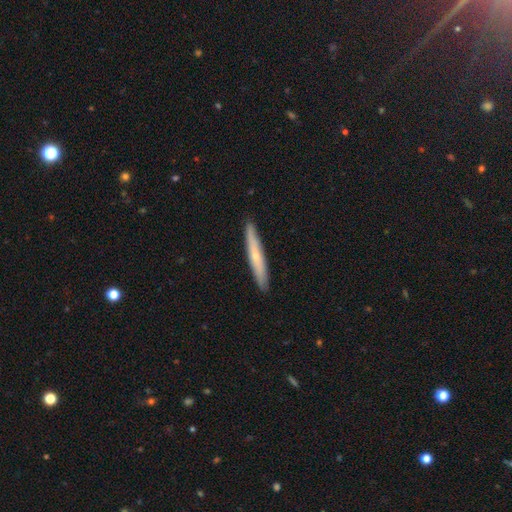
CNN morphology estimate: Smooth or featured? Predicted: smooth (p=0.50). Merging? Predicted: none (p=0.91).